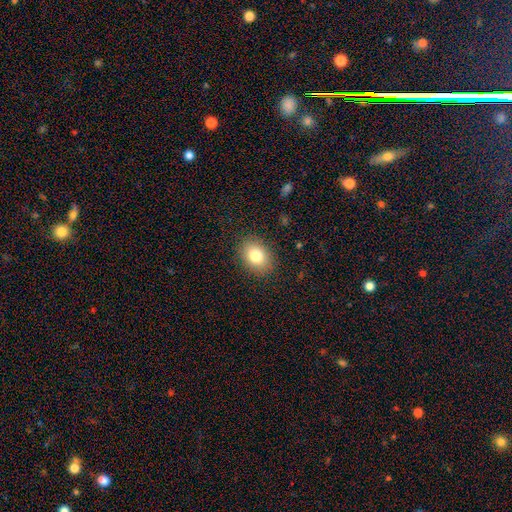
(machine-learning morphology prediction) Smooth or featured?
  - smooth: 81% *
  - featured or disk: 10%
  - star or artifact: 9%
How rounded?
  - in between: 70% *
  - round: 29%
  - cigar-shaped: 1%
Merging?
  - none: 87% *
  - minor disturbance: 9%
  - major disturbance: 3%
  - merger: 1%